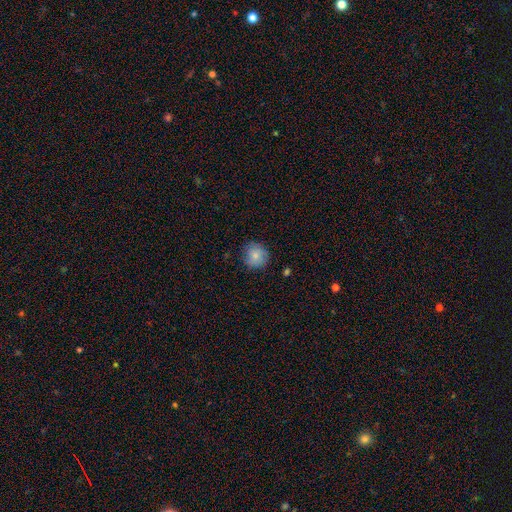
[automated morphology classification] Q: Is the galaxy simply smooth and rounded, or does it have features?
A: smooth — 82%.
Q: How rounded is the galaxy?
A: round — 90%.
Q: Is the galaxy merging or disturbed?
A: none — 81%.